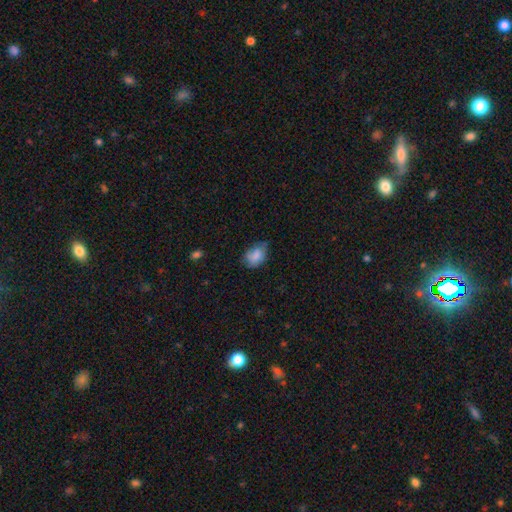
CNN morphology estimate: A smooth galaxy with no disk features (80%) that is in between round and cigar-shaped (77%).

Vote fractions:
- Smooth or featured? smooth: 80% / featured or disk: 12% / star or artifact: 8%
- How rounded? in between: 77% / round: 22% / cigar-shaped: 1%
- Merging? none: 51% / minor disturbance: 37% / major disturbance: 10% / merger: 2%